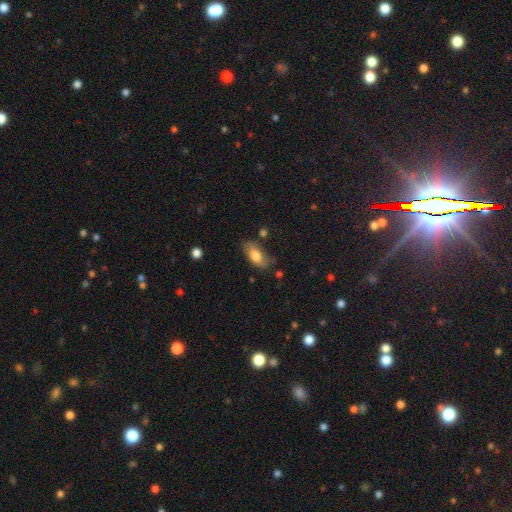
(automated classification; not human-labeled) A smooth galaxy with no disk features (74%) that is in between round and cigar-shaped (90%).

Vote fractions:
- Smooth or featured? smooth: 74% / featured or disk: 19% / star or artifact: 7%
- How rounded? in between: 90% / cigar-shaped: 6% / round: 4%
- Merging? none: 66% / minor disturbance: 24% / major disturbance: 7% / merger: 4%